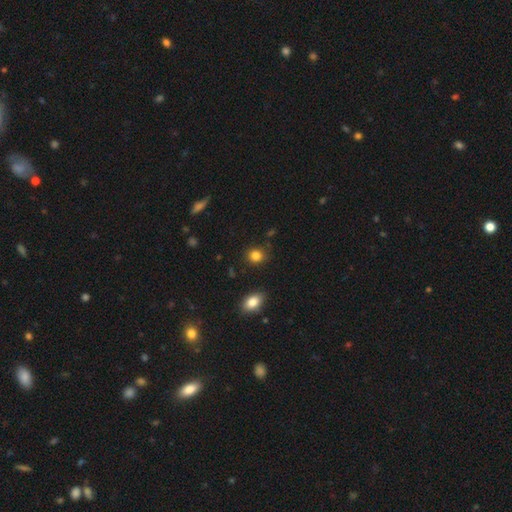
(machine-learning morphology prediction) Smooth or featured? Predicted: smooth (p=0.84). How rounded? Predicted: round (p=0.79). Merging? Predicted: none (p=0.85).